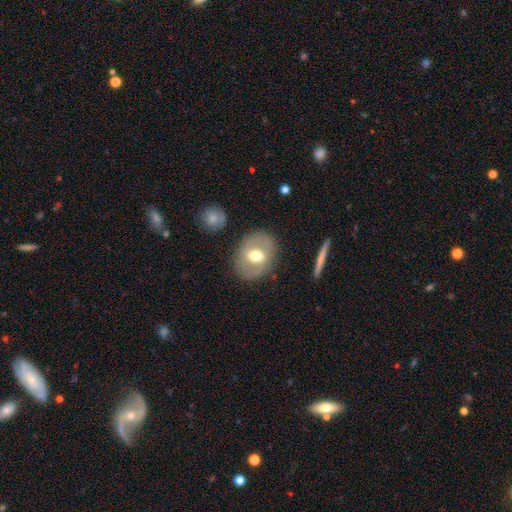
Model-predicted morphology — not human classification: A featured or disk galaxy (47%). Merging: none (81%).